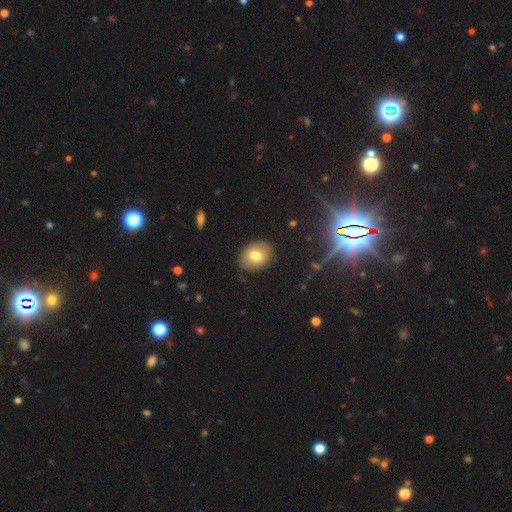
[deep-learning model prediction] This appears to be a smooth galaxy with no disk features (72%) that is in between round and cigar-shaped (55%). Merging: none (86%).